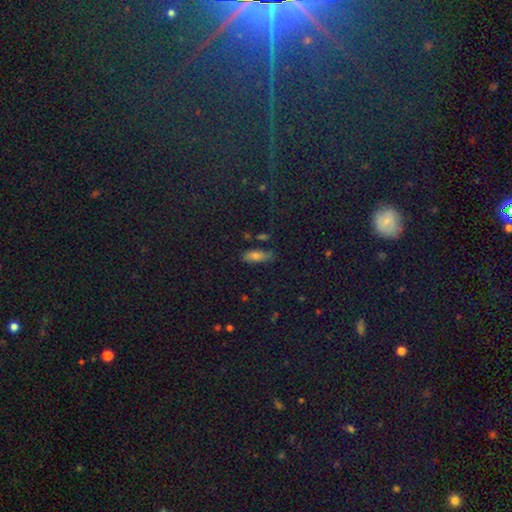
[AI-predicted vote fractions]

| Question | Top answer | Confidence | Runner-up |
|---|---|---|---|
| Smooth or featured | smooth | 65% | star or artifact (22%) |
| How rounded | in between | 68% | cigar-shaped (26%) |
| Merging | none | 76% | minor disturbance (16%) |